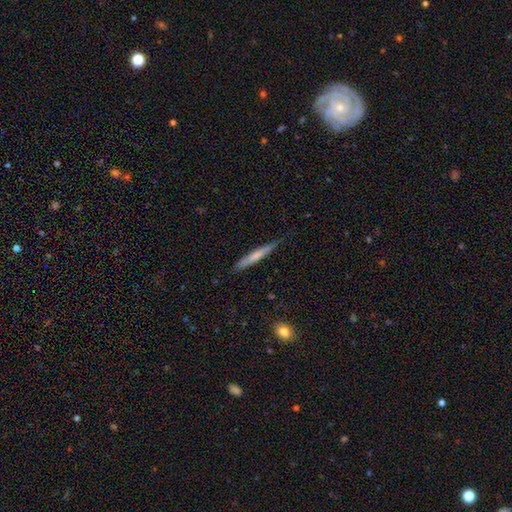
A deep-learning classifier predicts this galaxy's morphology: This appears to be a smooth galaxy with no disk features (59%) that is cigar-shaped (95%). Merging: none (81%).